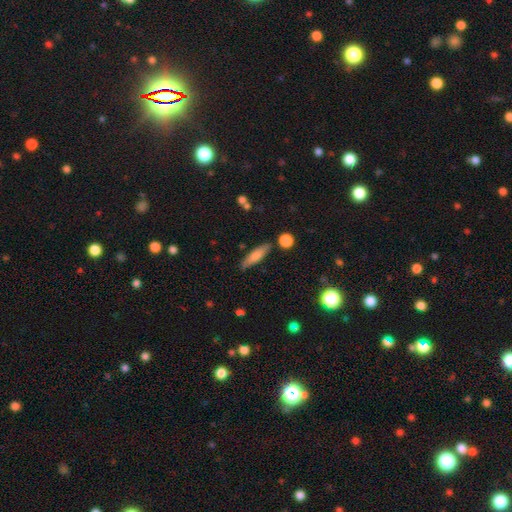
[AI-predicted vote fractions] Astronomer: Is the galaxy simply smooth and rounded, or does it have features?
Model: smooth — 70%.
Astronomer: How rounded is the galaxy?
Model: cigar-shaped — 73%.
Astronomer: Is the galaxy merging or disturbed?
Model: none — 82%.